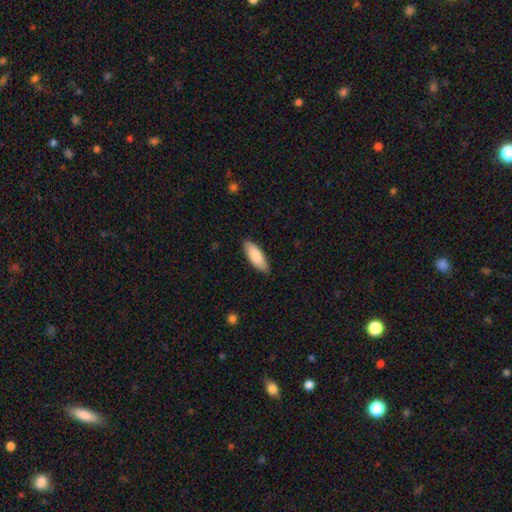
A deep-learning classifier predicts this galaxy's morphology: smooth_or_featured: smooth (p=0.87) [alt: featured or disk p=0.08]
how_rounded: in between (p=0.68) [alt: cigar-shaped p=0.30]
merging: none (p=0.87) [alt: minor disturbance p=0.10]